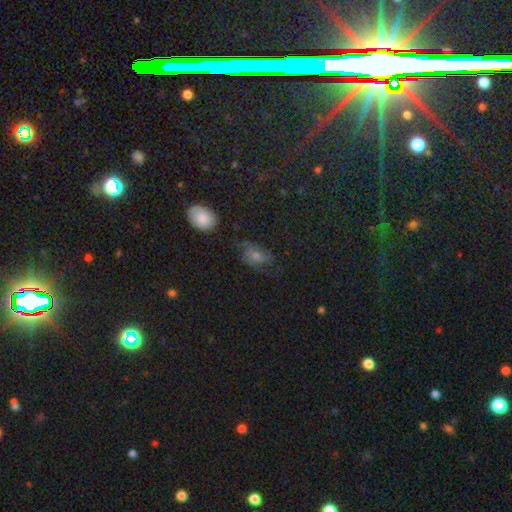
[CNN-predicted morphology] A smooth galaxy with no disk features (36%). Merging: none (59%).